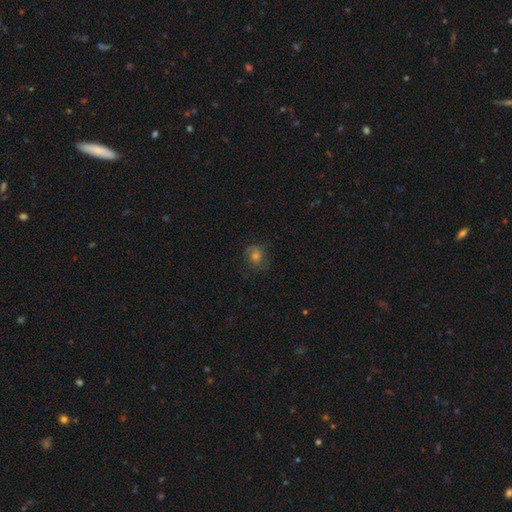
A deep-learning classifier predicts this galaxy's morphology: smooth 48%, featured or disk 30%, star or artifact 22%. Down the decision tree: merging — none (73%).